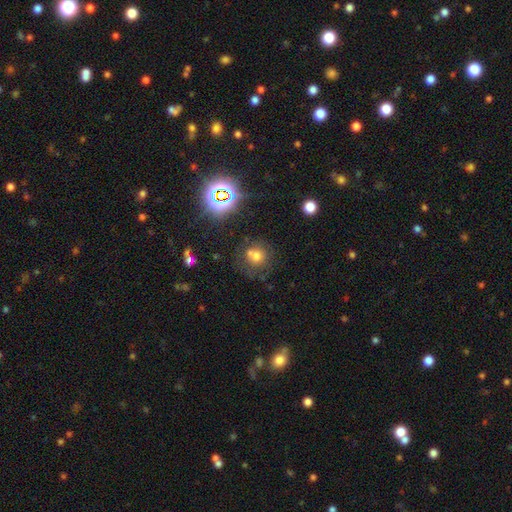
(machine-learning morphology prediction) Smooth or featured? smooth (62%)
How rounded? round (87%)
Merging? none (53%)